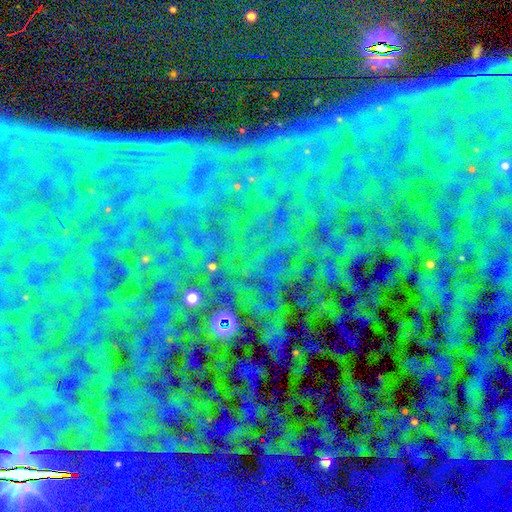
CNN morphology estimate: Smooth or featured?
  - star or artifact: 84% *
  - smooth: 9%
  - featured or disk: 8%